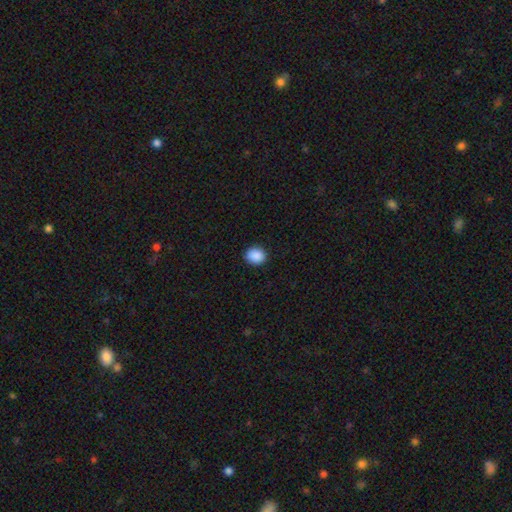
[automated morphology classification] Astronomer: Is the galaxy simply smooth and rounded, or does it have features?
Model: smooth — 89%.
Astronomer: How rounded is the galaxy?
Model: round — 66%.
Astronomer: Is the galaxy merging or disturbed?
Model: none — 90%.